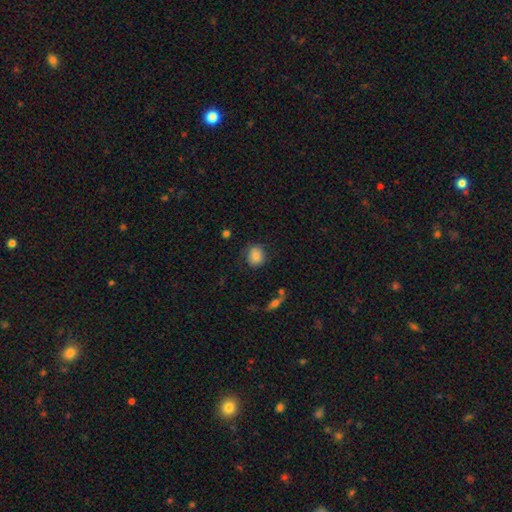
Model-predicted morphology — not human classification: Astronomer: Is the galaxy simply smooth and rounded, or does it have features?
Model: smooth — 83%.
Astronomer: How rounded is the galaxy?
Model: round — 71%.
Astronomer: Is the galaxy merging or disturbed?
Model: none — 78%.